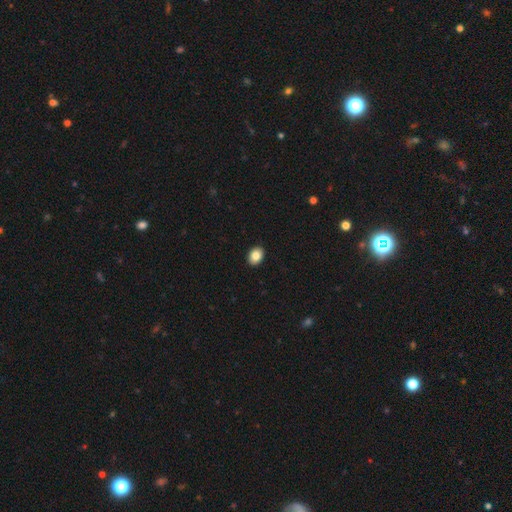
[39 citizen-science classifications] A smooth galaxy with no disk features (85%) that is in between round and cigar-shaped (76%). Merging: none (94%).